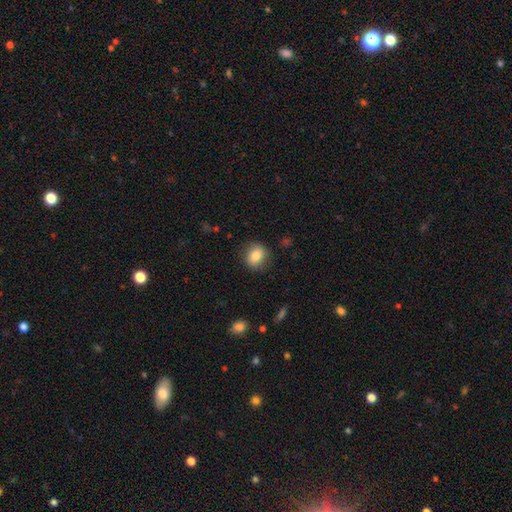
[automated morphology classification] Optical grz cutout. It shows a smooth galaxy with no disk features (82%) that is round (65%). Merging: none (85%).